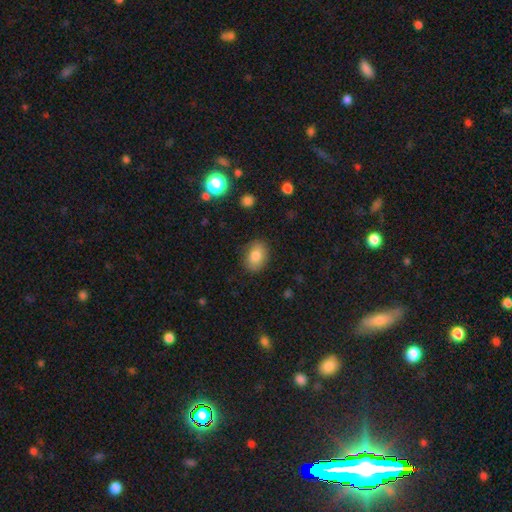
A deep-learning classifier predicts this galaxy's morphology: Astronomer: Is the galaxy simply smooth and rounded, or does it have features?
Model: smooth — 83%.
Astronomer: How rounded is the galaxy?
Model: in between — 77%.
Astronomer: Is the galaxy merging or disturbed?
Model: none — 85%.